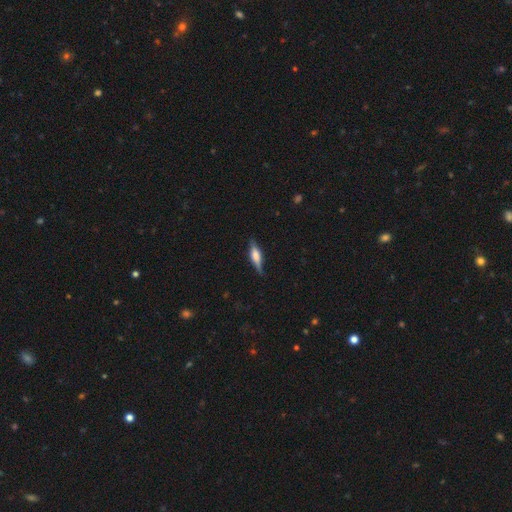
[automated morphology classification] This appears to be a featured or disk galaxy (55%) viewed edge-on (95%) with a rounded central bulge (65%). Merging: none (81%).